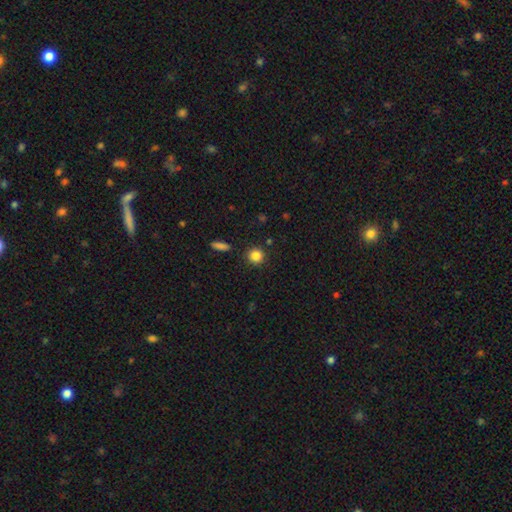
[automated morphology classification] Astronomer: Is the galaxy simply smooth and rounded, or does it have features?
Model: smooth — 85%.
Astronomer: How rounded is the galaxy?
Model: round — 91%.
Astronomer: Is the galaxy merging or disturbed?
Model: none — 88%.